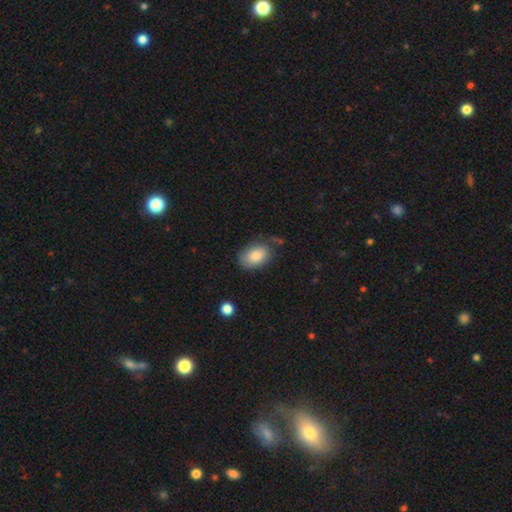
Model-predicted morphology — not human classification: Smooth or featured: smooth — 85% (featured or disk — 8%)
How rounded: in between — 87% (round — 11%)
Merging: none — 70% (minor disturbance — 21%)